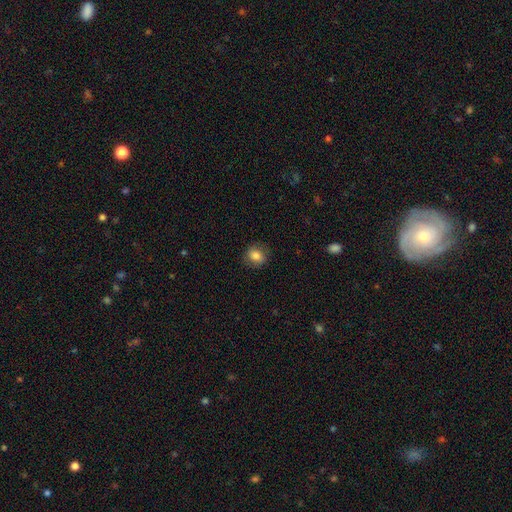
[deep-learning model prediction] Smooth or featured?
  - smooth: 79% *
  - featured or disk: 12%
  - star or artifact: 9%
How rounded?
  - round: 69% *
  - in between: 30%
  - cigar-shaped: 1%
Merging?
  - none: 83% *
  - minor disturbance: 12%
  - major disturbance: 4%
  - merger: 1%